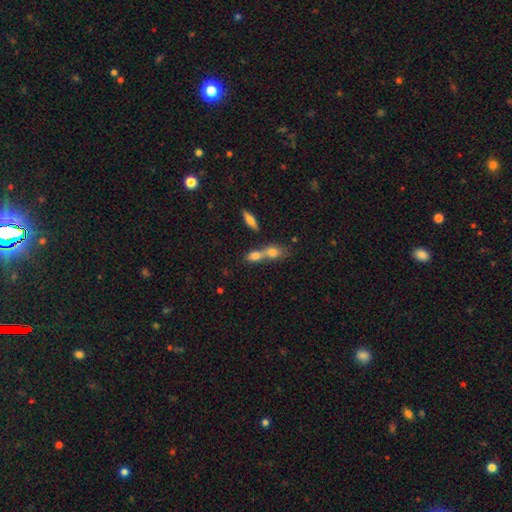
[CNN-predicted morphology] Smooth or featured? smooth (73%)
How rounded? in between (65%)
Merging? merger (66%)